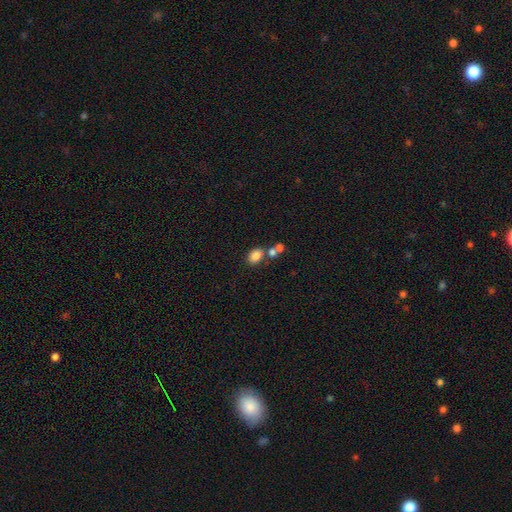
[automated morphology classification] Q: Smooth or featured?
A: smooth (82%); runner-up: star or artifact (11%)
Q: How rounded?
A: in between (72%); runner-up: round (27%)
Q: Merging?
A: none (53%); runner-up: merger (30%)